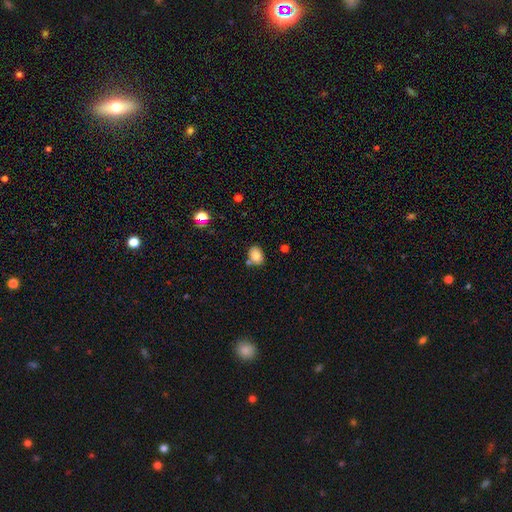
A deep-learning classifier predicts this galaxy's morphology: smooth-or-featured: smooth: 85% | star or artifact: 9% | featured or disk: 5%
  how-rounded: in between: 78% | round: 21% | cigar-shaped: 1%
  merging: none: 71% | minor disturbance: 14% | merger: 12% | major disturbance: 4%